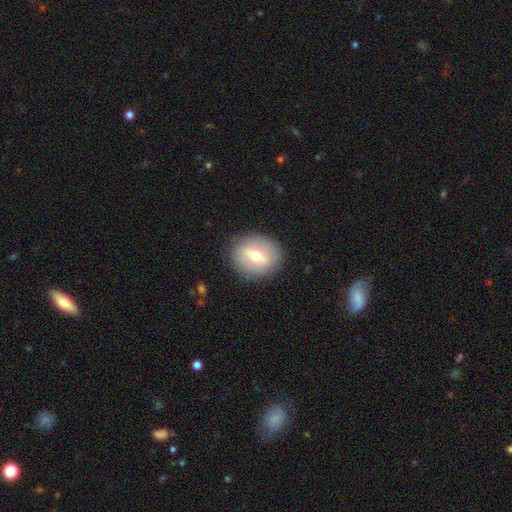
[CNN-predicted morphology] A smooth galaxy with no disk features (47%).

Vote fractions:
- Smooth or featured? smooth: 47% / featured or disk: 45% / star or artifact: 7%
- Merging? none: 85% / minor disturbance: 10% / major disturbance: 3% / merger: 1%